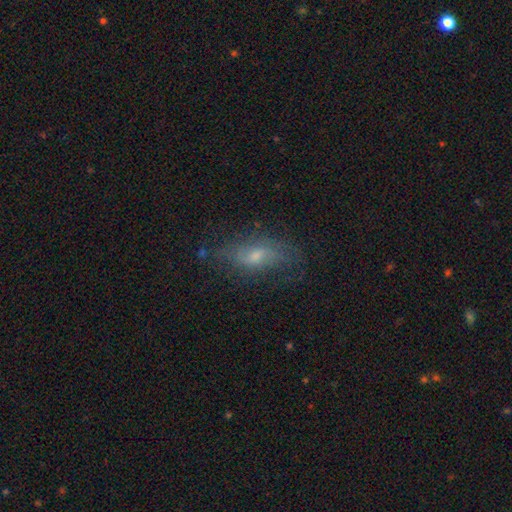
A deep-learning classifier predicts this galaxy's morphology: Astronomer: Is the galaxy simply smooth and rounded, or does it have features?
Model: smooth — 46% (runner-up: featured or disk, 43%).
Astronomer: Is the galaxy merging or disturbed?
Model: none — 61%.